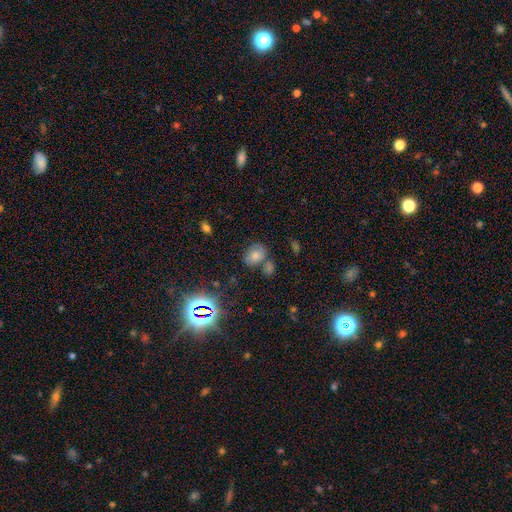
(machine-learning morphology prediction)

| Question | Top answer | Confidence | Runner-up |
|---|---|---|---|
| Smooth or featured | smooth | 68% | star or artifact (18%) |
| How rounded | in between | 61% | round (38%) |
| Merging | none | 60% | merger (19%) |